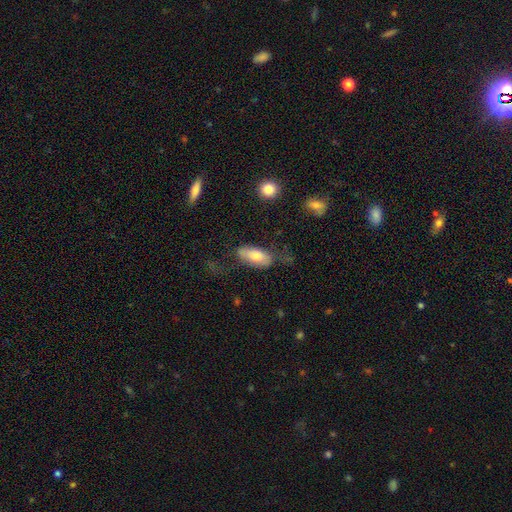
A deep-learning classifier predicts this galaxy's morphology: Smooth or featured?
  - smooth: 69% *
  - featured or disk: 25%
  - star or artifact: 7%
How rounded?
  - in between: 84% *
  - cigar-shaped: 14%
  - round: 3%
Merging?
  - none: 55% *
  - minor disturbance: 26%
  - major disturbance: 16%
  - merger: 3%